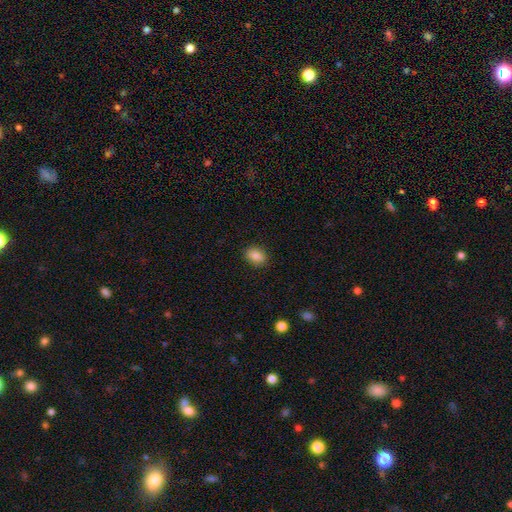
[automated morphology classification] type=smooth (84%); roundness=in between (64%); merging=none (88%).